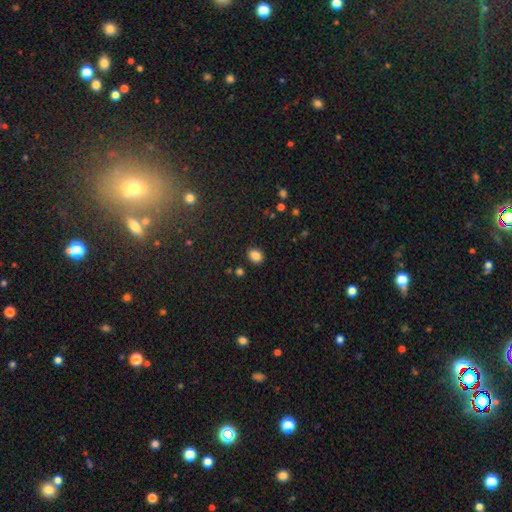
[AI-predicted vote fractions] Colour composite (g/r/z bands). It shows a smooth galaxy with no disk features (84%) that is round (51%). Merging: none (86%).